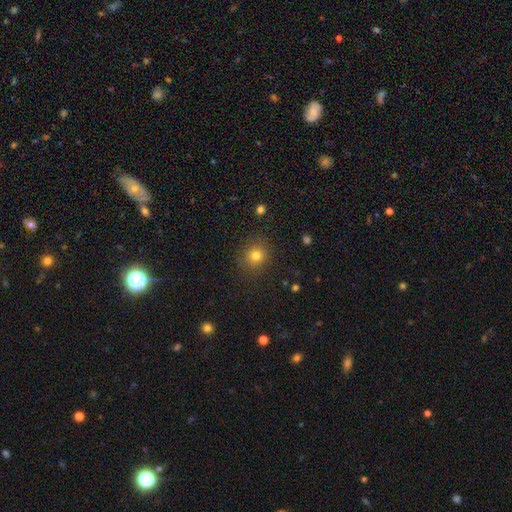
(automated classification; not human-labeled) Smooth or featured? Predicted: smooth (p=0.79). How rounded? Predicted: round (p=0.83). Merging? Predicted: none (p=0.86).